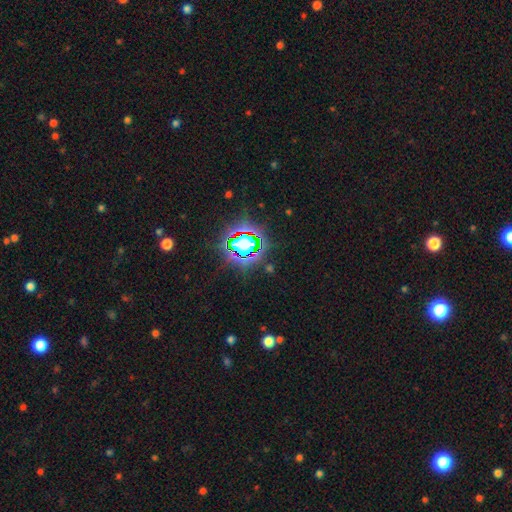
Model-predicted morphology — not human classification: The model was most divided on "smooth or featured": star or artifact: 81%, smooth: 11%, featured or disk: 8%.